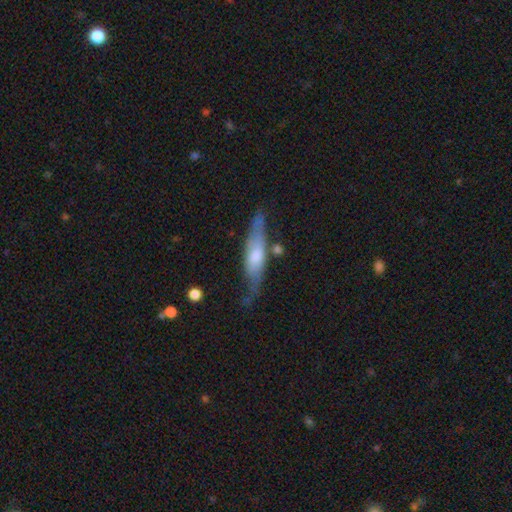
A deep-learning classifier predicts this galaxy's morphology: Q: Smooth or featured?
A: featured or disk (49%); runner-up: smooth (46%)
Q: Merging?
A: none (60%); runner-up: minor disturbance (25%)